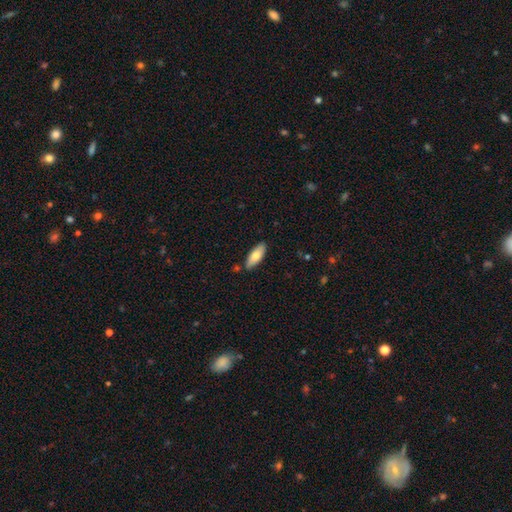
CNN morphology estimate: The model was most divided on "smooth or featured": smooth: 73%, featured or disk: 21%, star or artifact: 6%. More confident: merging — none (83%); how rounded — in between (76%).